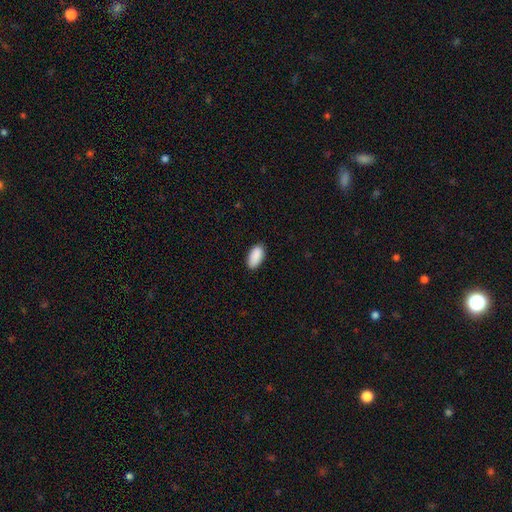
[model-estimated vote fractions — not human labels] smooth 91%, star or artifact 7%, featured or disk 3%. Down the decision tree: how rounded — in between (94%); merging — none (86%).